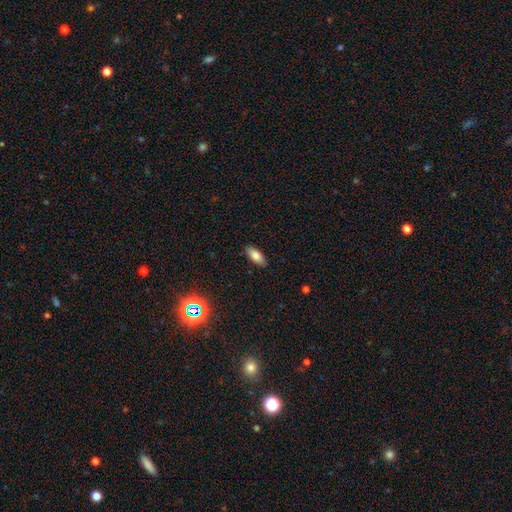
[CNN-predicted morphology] Smooth or featured? Predicted: smooth (p=0.81). How rounded? Predicted: in between (p=0.84). Merging? Predicted: none (p=0.88).